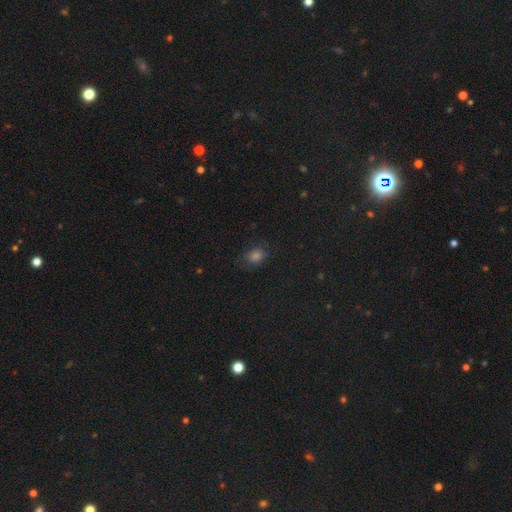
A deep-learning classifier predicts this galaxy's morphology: Smooth or featured? smooth (67%)
How rounded? in between (54%)
Merging? none (75%)